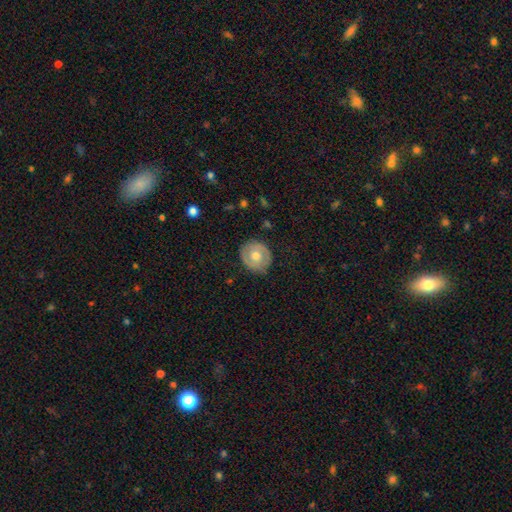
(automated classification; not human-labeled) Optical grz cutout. It shows a smooth galaxy with no disk features (49%). Merging: none (85%).